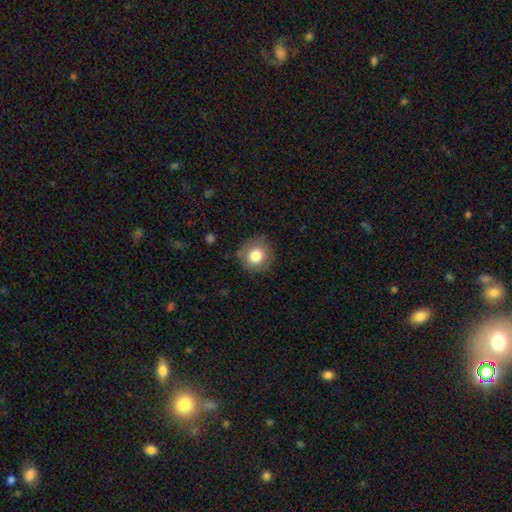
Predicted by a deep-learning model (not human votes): Smooth or featured: smooth — 81% (featured or disk — 10%)
How rounded: round — 91% (in between — 8%)
Merging: none — 82% (minor disturbance — 13%)